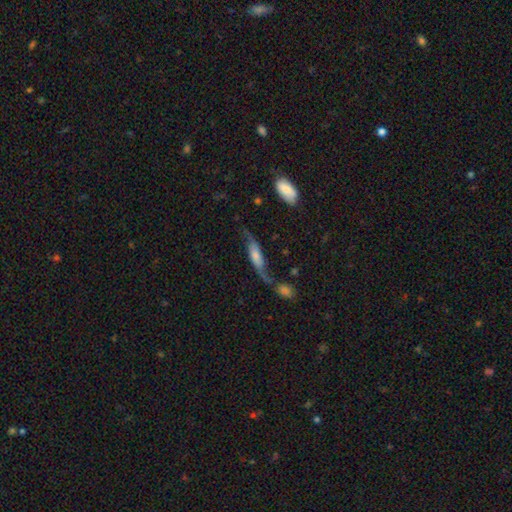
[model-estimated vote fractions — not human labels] Overall: featured or disk (65%; smooth 27%). Edge-on disk: no (69%; yes 31%). Merging: none (48%; minor disturbance 21%).